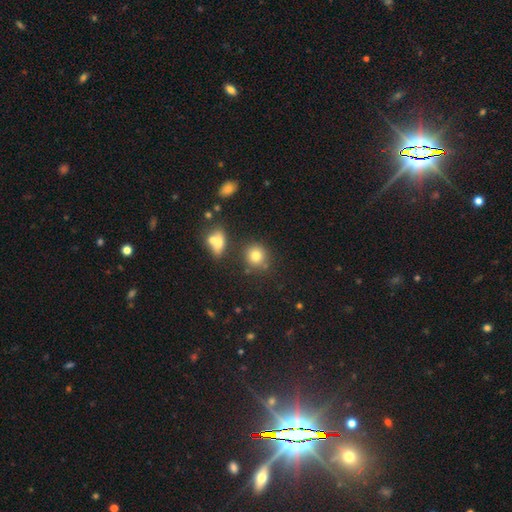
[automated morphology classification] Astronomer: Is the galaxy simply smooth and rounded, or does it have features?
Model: smooth — 79%.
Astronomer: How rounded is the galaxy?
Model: round — 84%.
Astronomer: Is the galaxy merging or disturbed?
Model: none — 75%.